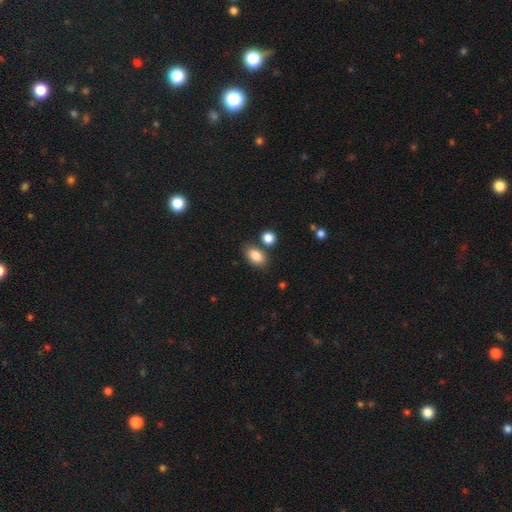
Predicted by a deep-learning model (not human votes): A smooth galaxy with no disk features (84%) that is in between round and cigar-shaped (84%).

Vote fractions:
- Smooth or featured? smooth: 84% / star or artifact: 9% / featured or disk: 7%
- How rounded? in between: 84% / round: 14% / cigar-shaped: 2%
- Merging? none: 75% / merger: 11% / minor disturbance: 11% / major disturbance: 3%